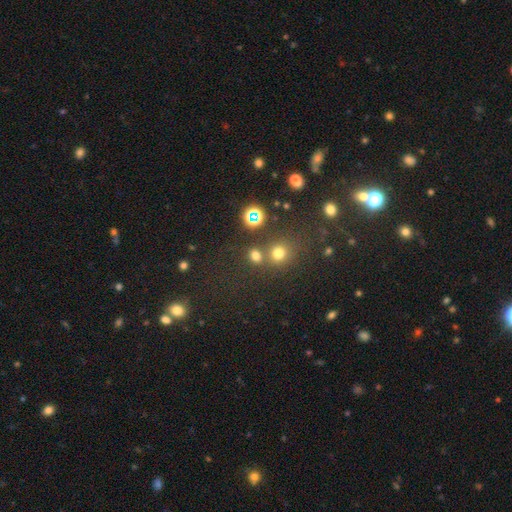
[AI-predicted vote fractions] smooth-or-featured: smooth: 70% | star or artifact: 24% | featured or disk: 6%
  how-rounded: round: 69% | in between: 29% | cigar-shaped: 2%
  merging: none: 63% | merger: 24% | minor disturbance: 9% | major disturbance: 4%